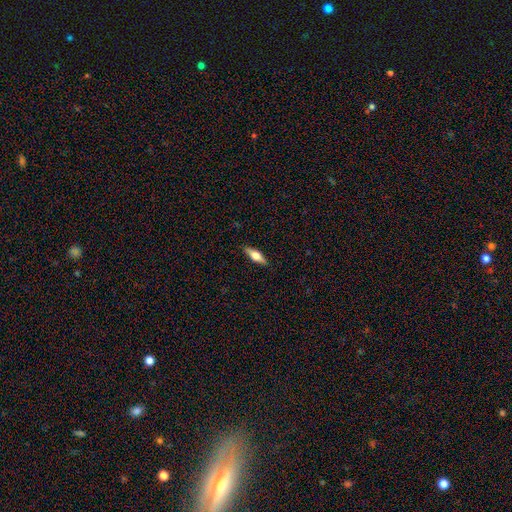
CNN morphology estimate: type=smooth (47%); merging=none (89%).